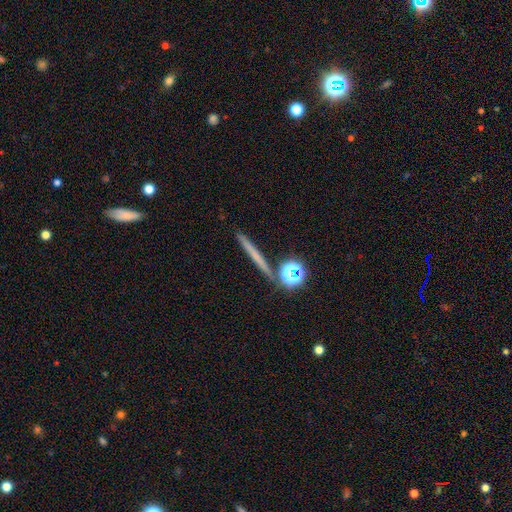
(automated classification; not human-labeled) Smooth or featured? smooth (52%)
How rounded? cigar-shaped (85%)
Merging? none (86%)